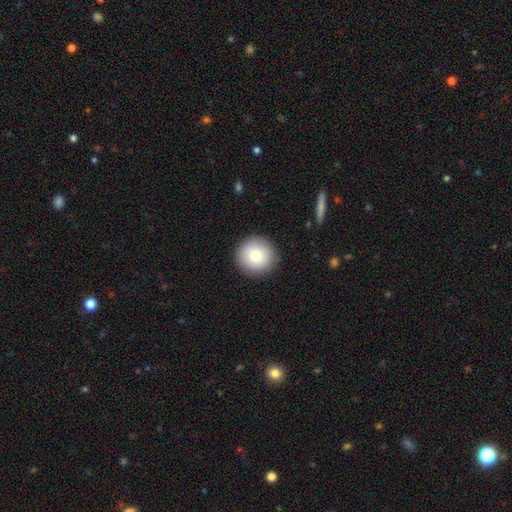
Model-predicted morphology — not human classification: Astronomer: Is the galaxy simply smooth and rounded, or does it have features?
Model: smooth — 82%.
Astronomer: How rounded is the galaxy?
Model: round — 92%.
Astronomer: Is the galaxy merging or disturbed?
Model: none — 90%.